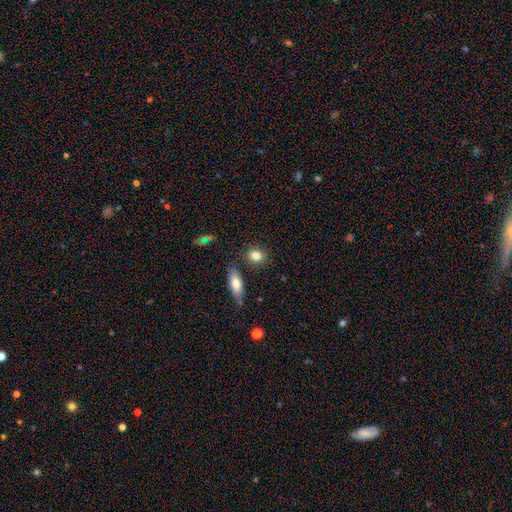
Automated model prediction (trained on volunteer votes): Smooth or featured?
  - smooth: 84% *
  - star or artifact: 9%
  - featured or disk: 8%
How rounded?
  - round: 55% *
  - in between: 43%
  - cigar-shaped: 3%
Merging?
  - none: 78% *
  - minor disturbance: 11%
  - merger: 7%
  - major disturbance: 3%